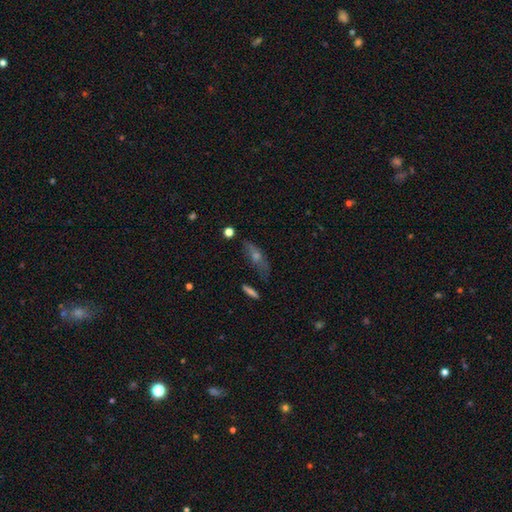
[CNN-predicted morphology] Smooth or featured? Predicted: featured or disk (p=0.47). Merging? Predicted: none (p=0.69).